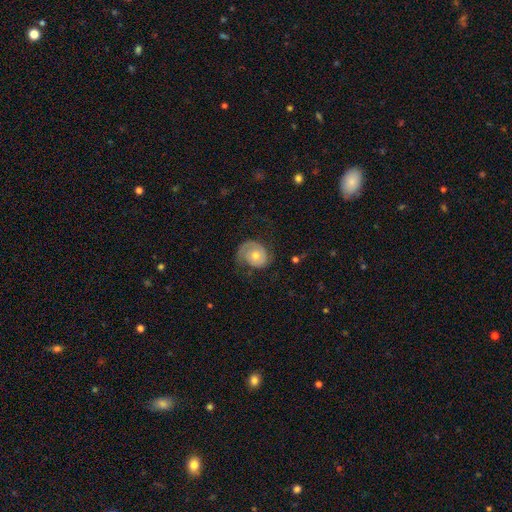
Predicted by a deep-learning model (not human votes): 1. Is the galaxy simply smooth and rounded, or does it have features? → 62% featured or disk, 31% smooth, 7% star or artifact.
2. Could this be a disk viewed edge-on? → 97% no, 3% yes.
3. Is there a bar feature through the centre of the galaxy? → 80% no, 17% weak, 4% strong.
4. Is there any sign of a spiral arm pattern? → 85% yes, 15% no.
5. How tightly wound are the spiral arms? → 41% tight, 35% medium, 24% loose.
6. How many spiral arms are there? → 50% 2, 34% 1, 11% can't tell, 3% 3, 1% 4, 1% more than 4.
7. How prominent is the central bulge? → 60% moderate, 34% small, 4% large, 1% none, 1% dominant.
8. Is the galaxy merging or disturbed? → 56% none, 22% minor disturbance, 20% major disturbance, 1% merger.